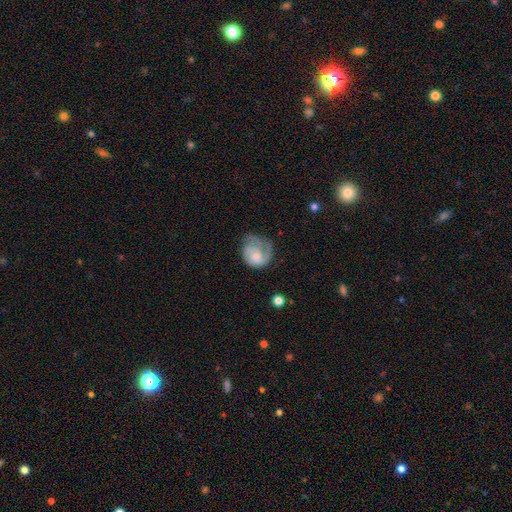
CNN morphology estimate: This is possibly a featured or disk galaxy (55%). It is clearly not viewed edge-on (98%). Bar: likely no (74%). Spiral arm pattern: likely yes (80%). Central bulge: marginally small (42%). Merging: marginally none (38%).